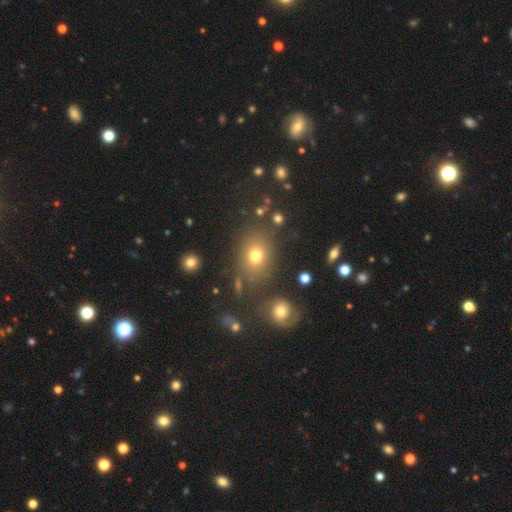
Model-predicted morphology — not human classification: Smooth or featured? Predicted: smooth (p=0.72). How rounded? Predicted: round (p=0.50). Merging? Predicted: none (p=0.75).